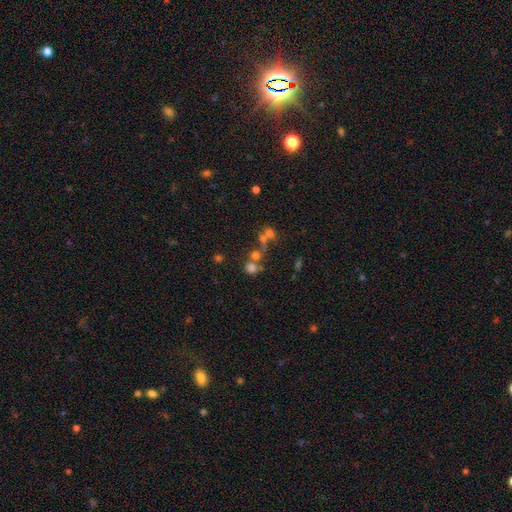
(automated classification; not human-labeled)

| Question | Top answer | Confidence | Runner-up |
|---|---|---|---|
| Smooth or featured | smooth | 42% | star or artifact (37%) |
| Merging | none | 48% | merger (38%) |